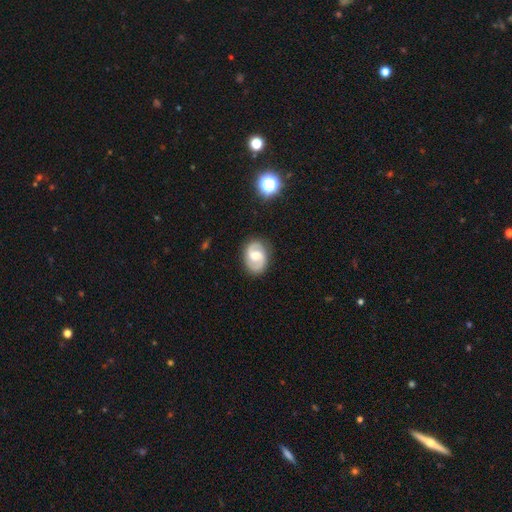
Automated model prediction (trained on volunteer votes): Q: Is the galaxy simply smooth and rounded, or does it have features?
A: featured or disk — 77%.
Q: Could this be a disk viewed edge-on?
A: no — 98%.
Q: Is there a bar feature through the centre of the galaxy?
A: weak — 49%.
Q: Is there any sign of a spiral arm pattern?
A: yes — 94%.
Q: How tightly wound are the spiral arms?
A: medium — 52%.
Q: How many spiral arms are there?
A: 2 — 91%.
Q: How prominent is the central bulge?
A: moderate — 64%.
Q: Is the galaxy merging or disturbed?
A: none — 85%.